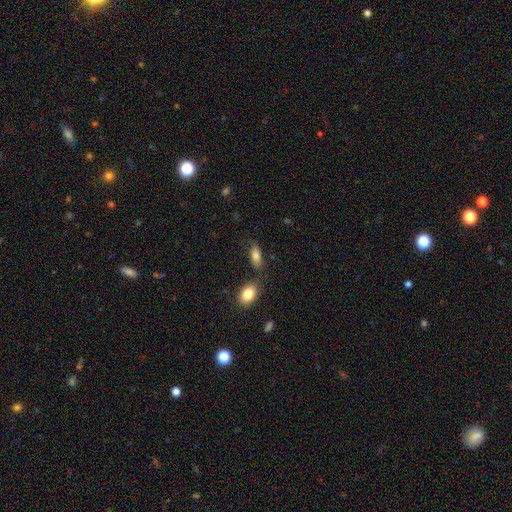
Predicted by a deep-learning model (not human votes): A smooth galaxy with no disk features (81%) that is in between round and cigar-shaped (83%).

Vote fractions:
- Smooth or featured? smooth: 81% / featured or disk: 11% / star or artifact: 8%
- How rounded? in between: 83% / cigar-shaped: 14% / round: 3%
- Merging? none: 69% / minor disturbance: 15% / merger: 12% / major disturbance: 4%